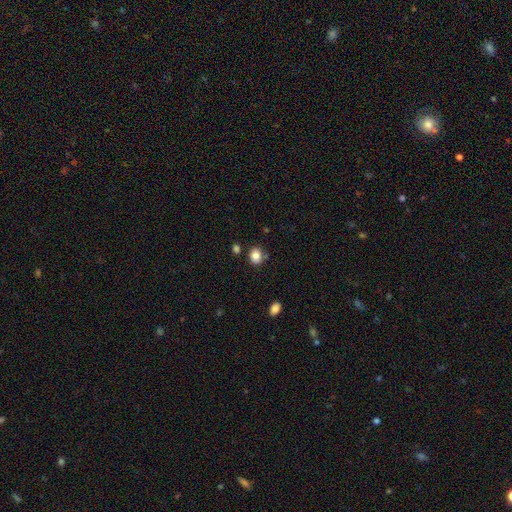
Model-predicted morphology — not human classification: The model was most divided on "how rounded": round: 62%, in between: 37%, cigar-shaped: 1%. More confident: smooth or featured — smooth (83%); merging — none (76%).